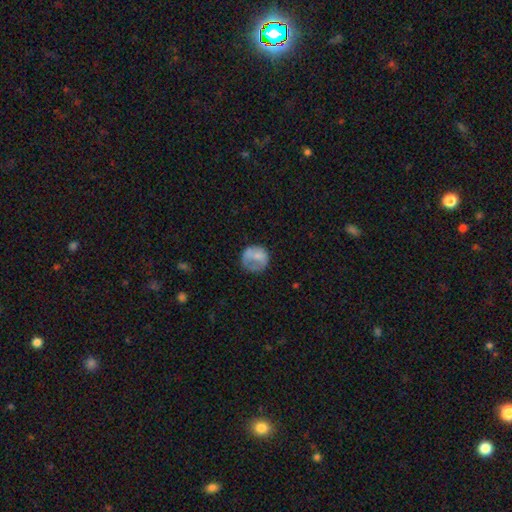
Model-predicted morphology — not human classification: Smooth or featured: smooth — 68% (featured or disk — 24%)
How rounded: round — 84% (in between — 15%)
Merging: none — 52% (minor disturbance — 25%)